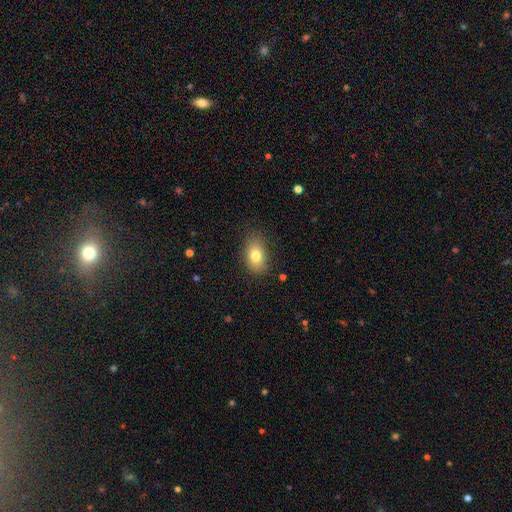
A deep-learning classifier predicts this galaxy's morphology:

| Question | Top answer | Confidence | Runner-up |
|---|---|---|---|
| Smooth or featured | smooth | 80% | featured or disk (11%) |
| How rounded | in between | 87% | round (12%) |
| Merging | none | 81% | minor disturbance (14%) |